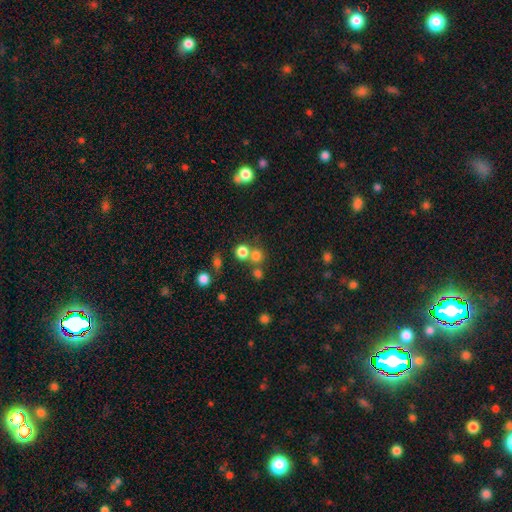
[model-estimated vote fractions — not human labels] smooth 72%, star or artifact 20%, featured or disk 8%. Down the decision tree: how rounded — round (90%); merging — none (61%).